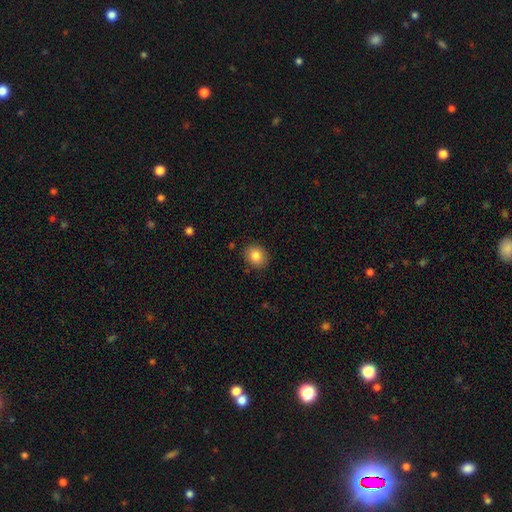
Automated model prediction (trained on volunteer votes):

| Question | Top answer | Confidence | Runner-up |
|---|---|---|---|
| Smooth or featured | smooth | 84% | star or artifact (9%) |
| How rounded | round | 59% | in between (40%) |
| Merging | none | 88% | minor disturbance (9%) |